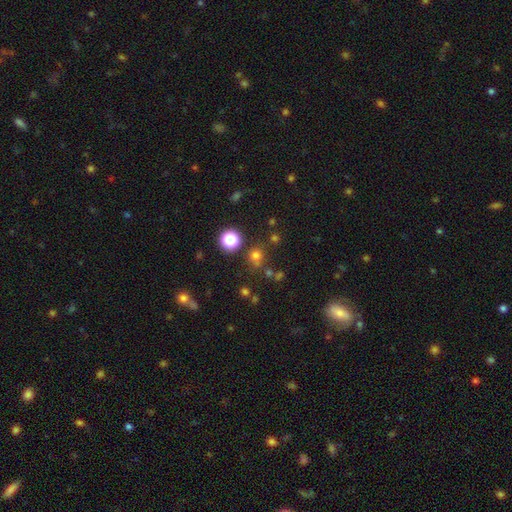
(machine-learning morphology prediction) This is likely a smooth galaxy (65%). How rounded: clearly round (87%). Merging: likely none (70%).